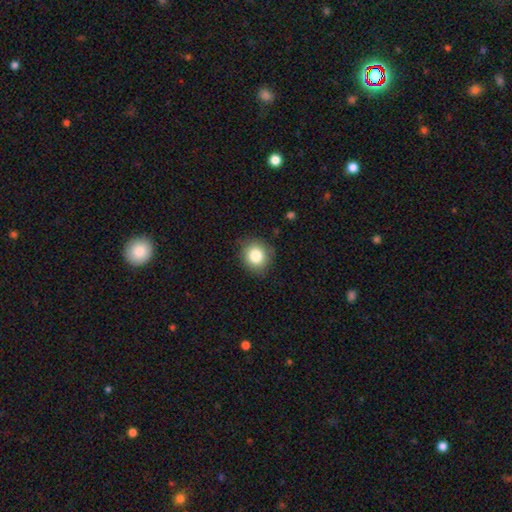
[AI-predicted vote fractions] Smooth or featured: smooth — 83% (star or artifact — 10%)
How rounded: round — 82% (in between — 18%)
Merging: none — 85% (minor disturbance — 11%)